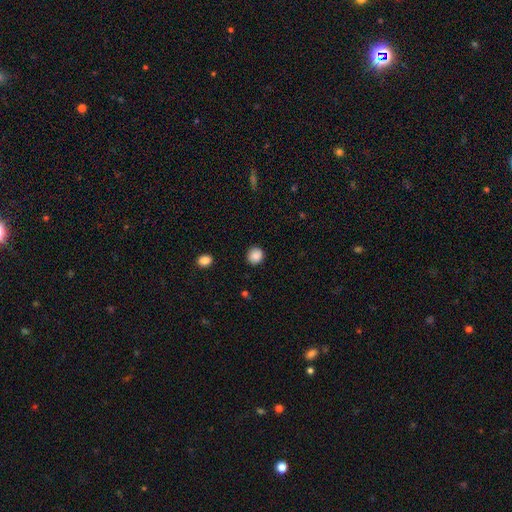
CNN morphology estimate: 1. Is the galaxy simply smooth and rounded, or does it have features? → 87% smooth, 9% star or artifact, 4% featured or disk.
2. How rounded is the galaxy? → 86% round, 13% in between, 1% cigar-shaped.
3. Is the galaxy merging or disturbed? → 87% none, 9% minor disturbance, 2% major disturbance, 1% merger.